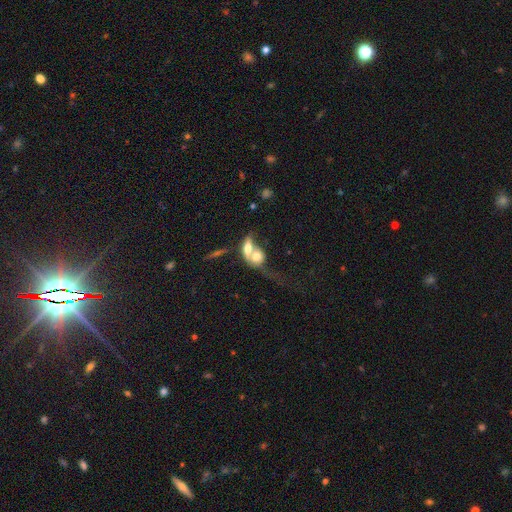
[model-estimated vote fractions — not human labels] smooth-or-featured: smooth: 57% | featured or disk: 34% | star or artifact: 9%
  how-rounded: in between: 56% | round: 36% | cigar-shaped: 8%
  merging: merger: 74% | none: 12% | major disturbance: 9% | minor disturbance: 5%